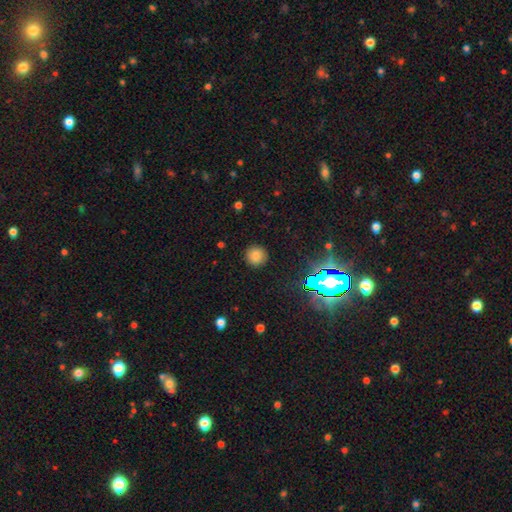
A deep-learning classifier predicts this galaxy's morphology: type=smooth (78%); roundness=round (93%); merging=none (90%).